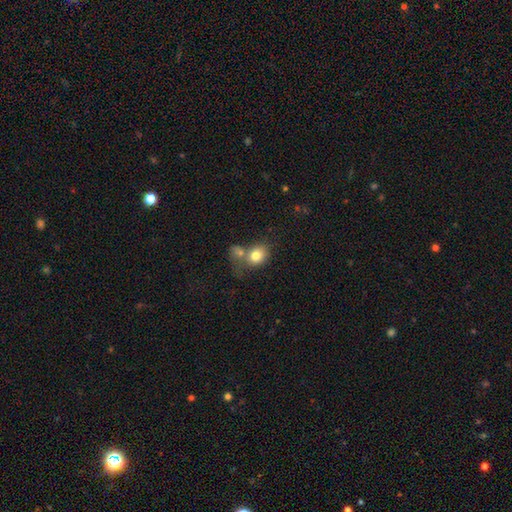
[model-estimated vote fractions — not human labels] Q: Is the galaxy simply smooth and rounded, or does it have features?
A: smooth — 80%.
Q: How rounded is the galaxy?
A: round — 57%.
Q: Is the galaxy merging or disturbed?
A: merger — 43%.